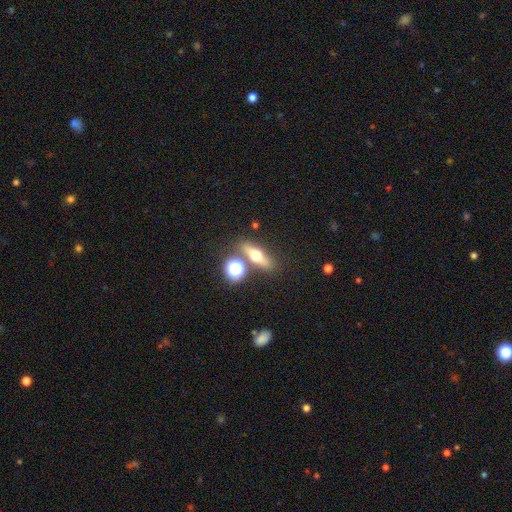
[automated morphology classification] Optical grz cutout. It shows a smooth galaxy with no disk features (45%). Merging: none (75%).